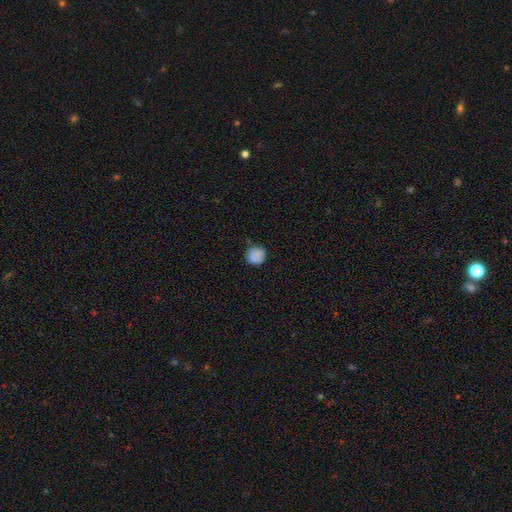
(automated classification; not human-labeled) This appears to be a smooth galaxy with no disk features (82%) that is round (90%). Merging: none (81%).